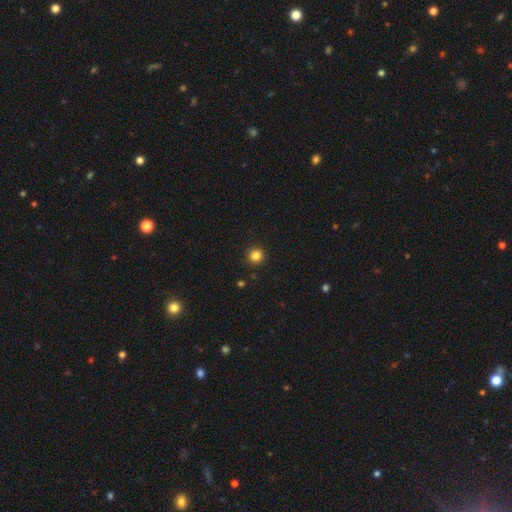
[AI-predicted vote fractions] smooth-or-featured: smooth: 83% | star or artifact: 12% | featured or disk: 4%
  how-rounded: round: 93% | in between: 6% | cigar-shaped: 1%
  merging: none: 92% | minor disturbance: 5% | major disturbance: 2% | merger: 1%